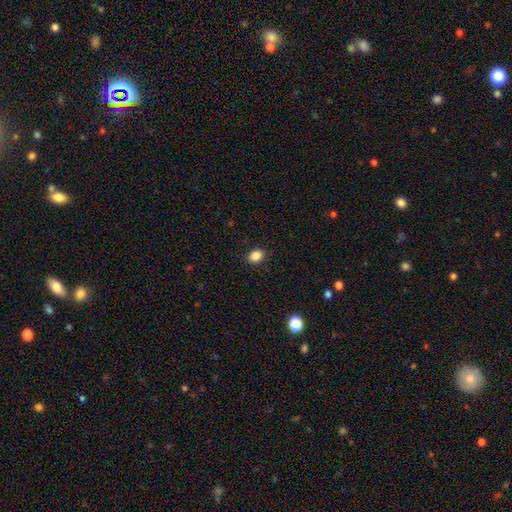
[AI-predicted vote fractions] Overall: smooth (86%). How rounded: in between (64%; round 35%). Merging: none (89%).